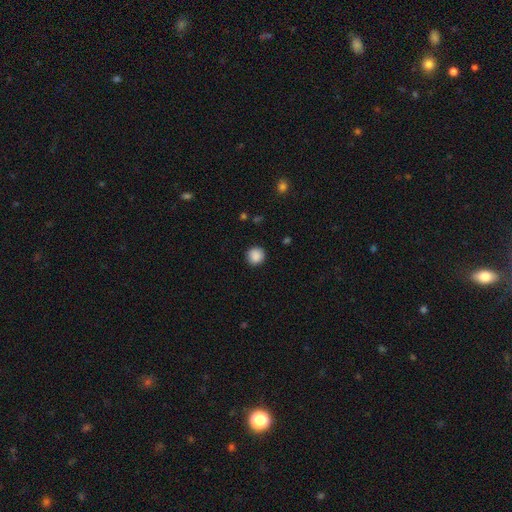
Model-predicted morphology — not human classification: This is clearly a smooth galaxy (88%). How rounded: clearly round (93%). Merging: clearly none (90%).